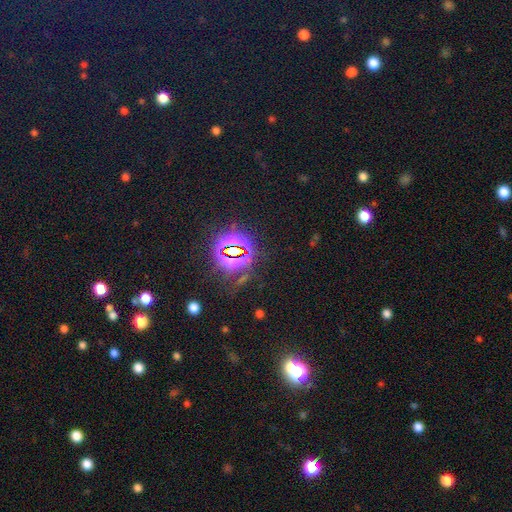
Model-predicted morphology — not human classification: type=star or artifact (80%).